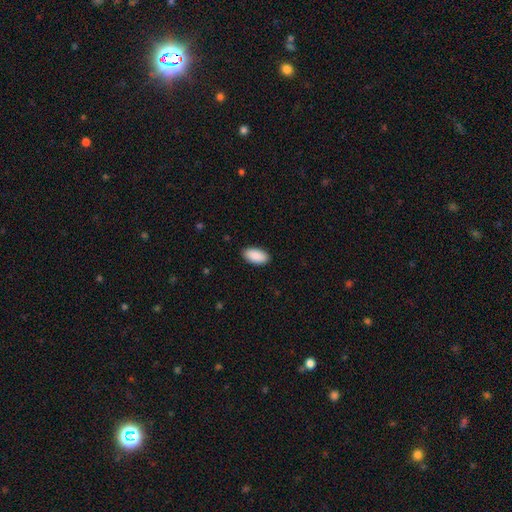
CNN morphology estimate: This appears to be a smooth galaxy with no disk features (91%) that is in between round and cigar-shaped (95%). Merging: none (89%).